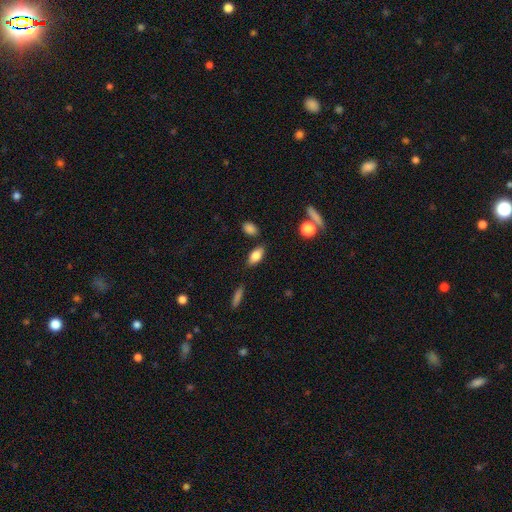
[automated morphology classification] Q: Smooth or featured?
A: smooth (79%); runner-up: featured or disk (13%)
Q: How rounded?
A: in between (86%); runner-up: cigar-shaped (9%)
Q: Merging?
A: none (79%); runner-up: minor disturbance (13%)